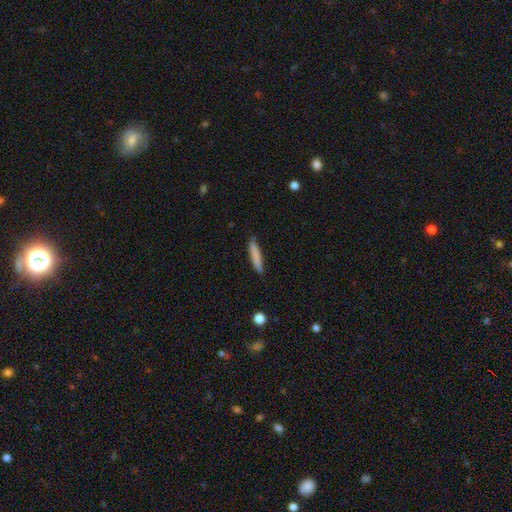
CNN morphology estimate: smooth 81%, featured or disk 13%, star or artifact 6%. Down the decision tree: how rounded — cigar-shaped (92%); merging — none (86%).